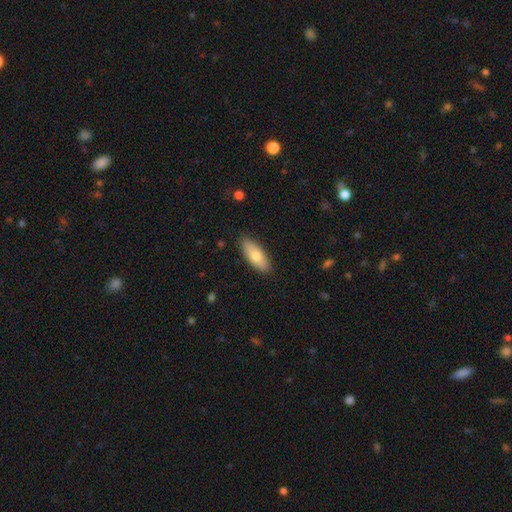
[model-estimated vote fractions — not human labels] Q: Smooth or featured?
A: smooth (74%); runner-up: featured or disk (20%)
Q: How rounded?
A: in between (79%); runner-up: cigar-shaped (19%)
Q: Merging?
A: none (87%); runner-up: minor disturbance (10%)